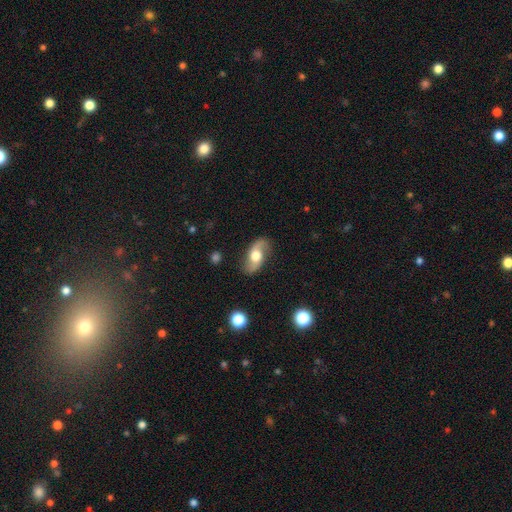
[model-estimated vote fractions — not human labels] A featured or disk galaxy (67%) with no bar (64%), 2 (92%) loose (74%) spiral arms (89%) and a moderate central bulge (54%).

Vote fractions:
- Smooth or featured? featured or disk: 67% / smooth: 26% / star or artifact: 7%
- Edge-on disk? no: 90% / yes: 10%
- Bar? no: 64% / weak: 29% / strong: 8%
- Spiral arms? yes: 89% / no: 11%
- Spiral winding? loose: 74% / medium: 20% / tight: 6%
- Spiral arm count? 2: 92% / can't tell: 3% / 1: 2% / 3: 1% / more than 4: 1% / 4: 1%
- Bulge size? moderate: 54% / large: 36% / small: 5% / dominant: 3% / none: 1%
- Merging? none: 79% / minor disturbance: 14% / major disturbance: 5% / merger: 2%